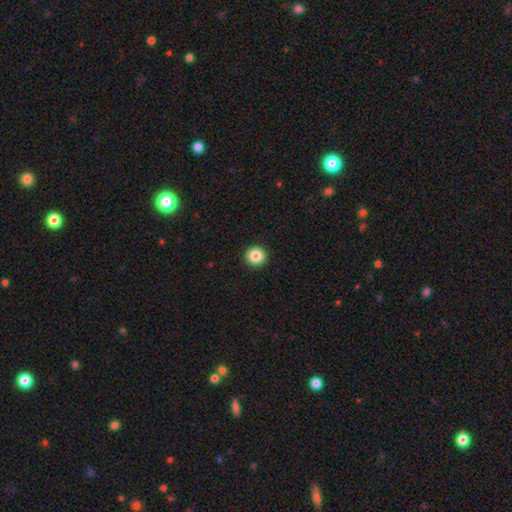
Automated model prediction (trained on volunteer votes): A smooth galaxy with no disk features (86%) that is round (93%). Merging: none (93%).